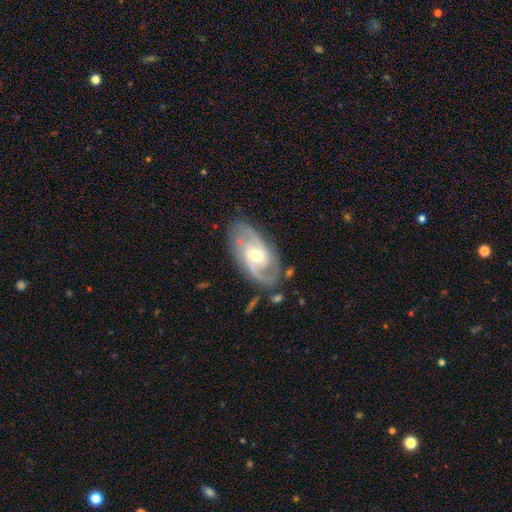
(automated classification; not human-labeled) The model was most divided on "spiral winding": medium: 48%, tight: 37%, loose: 15%. More confident: spiral arms — yes (95%); edge-on disk — no (95%); smooth or featured — featured or disk (85%); merging — none (78%); spiral arm count — 2 (75%); bulge size — moderate (57%); bar — no (51%).